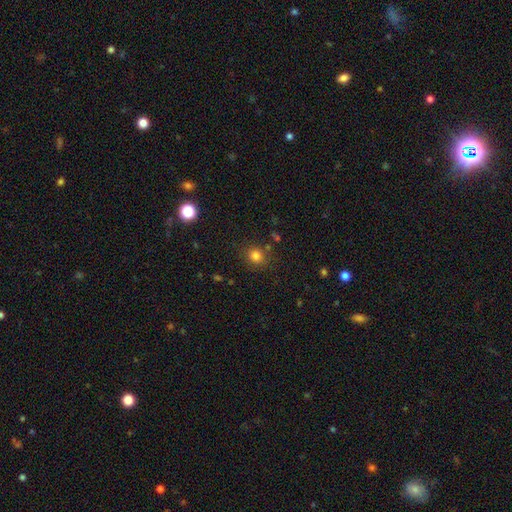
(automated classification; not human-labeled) Overall: smooth (80%). How rounded: round (84%). Merging: none (82%).